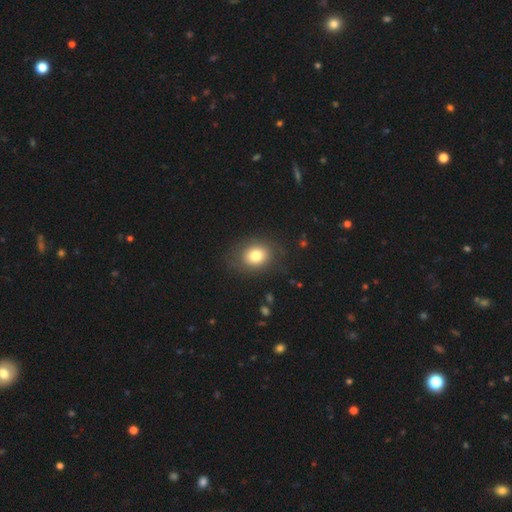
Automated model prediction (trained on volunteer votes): Morphology: type=smooth (77%); roundness=round (55%); merging=none (82%).